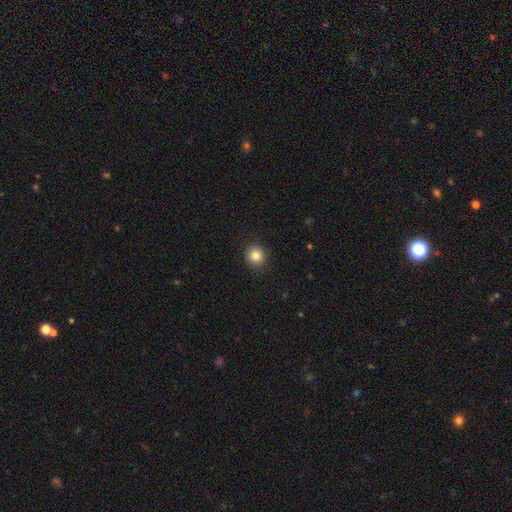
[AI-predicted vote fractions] A smooth galaxy with no disk features (84%) that is round (92%). Merging: none (91%).